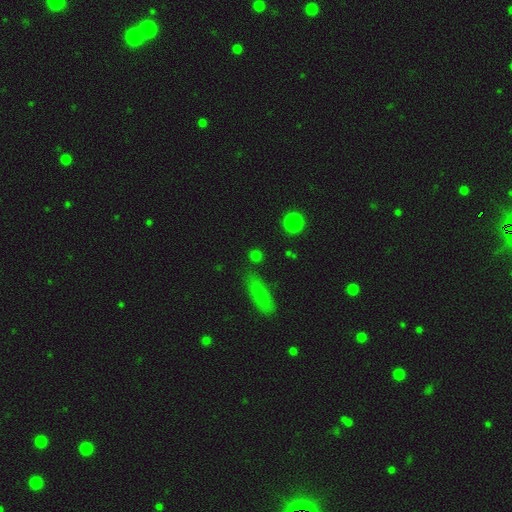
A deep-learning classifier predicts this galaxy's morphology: Overall: smooth (75%). How rounded: round (80%). Merging: none (83%).